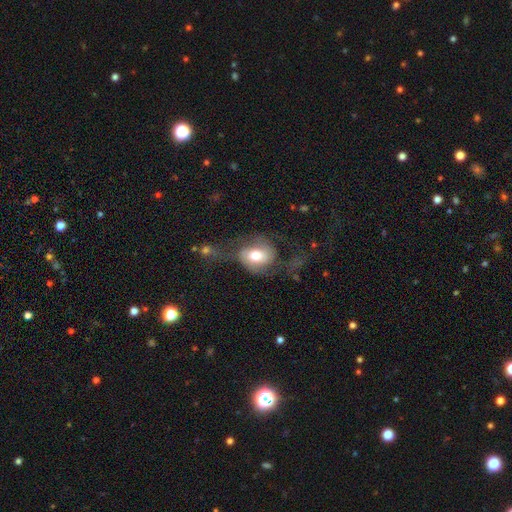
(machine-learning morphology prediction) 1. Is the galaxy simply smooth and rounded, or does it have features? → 56% smooth, 37% featured or disk, 7% star or artifact.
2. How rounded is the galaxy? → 56% in between, 42% round, 1% cigar-shaped.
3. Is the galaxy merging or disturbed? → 42% major disturbance, 31% none, 21% minor disturbance, 5% merger.